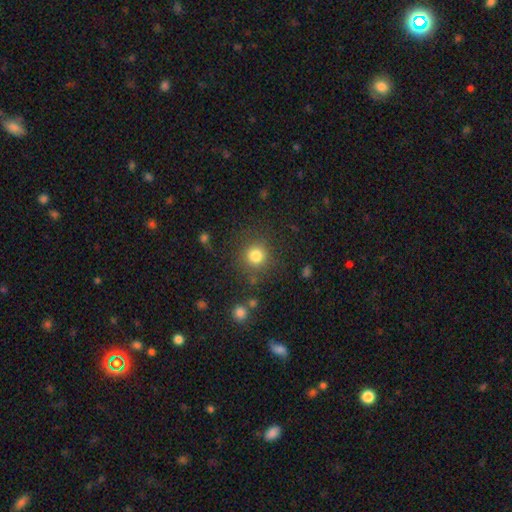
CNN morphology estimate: type=smooth (81%); roundness=round (93%); merging=none (84%).